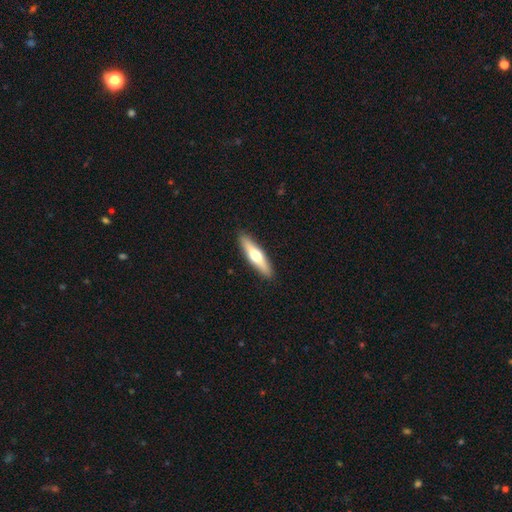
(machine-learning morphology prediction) Overall: smooth (49%; featured or disk 46%). Merging: none (91%).